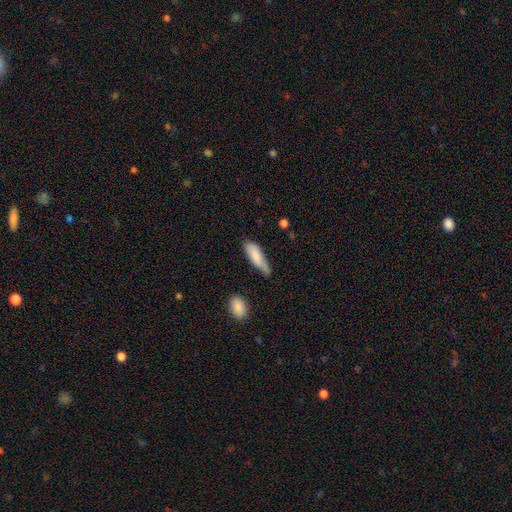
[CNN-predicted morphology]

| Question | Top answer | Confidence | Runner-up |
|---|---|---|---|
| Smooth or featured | smooth | 80% | featured or disk (14%) |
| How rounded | in between | 51% | cigar-shaped (47%) |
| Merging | minor disturbance | 41% | tied: none (41%) |